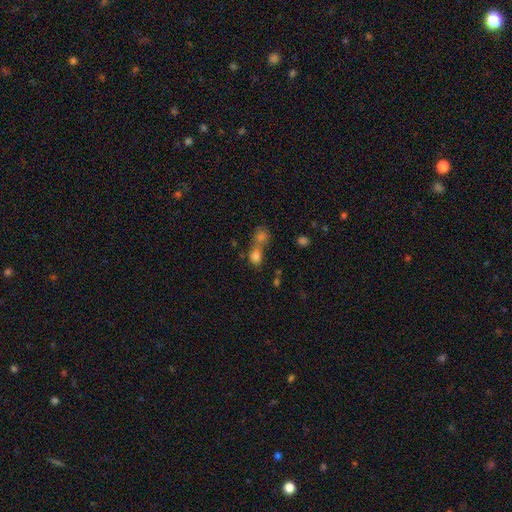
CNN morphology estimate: The model was most divided on "how rounded": round: 58%, in between: 40%, cigar-shaped: 2%. More confident: smooth or featured — smooth (78%); merging — merger (59%).